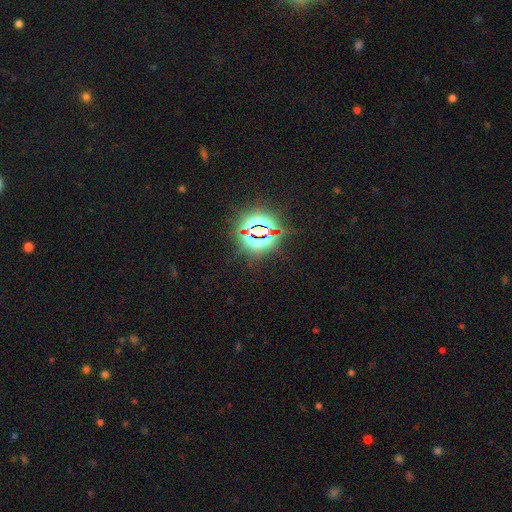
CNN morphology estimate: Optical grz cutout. It shows a star or artifact, not a galaxy (85%).